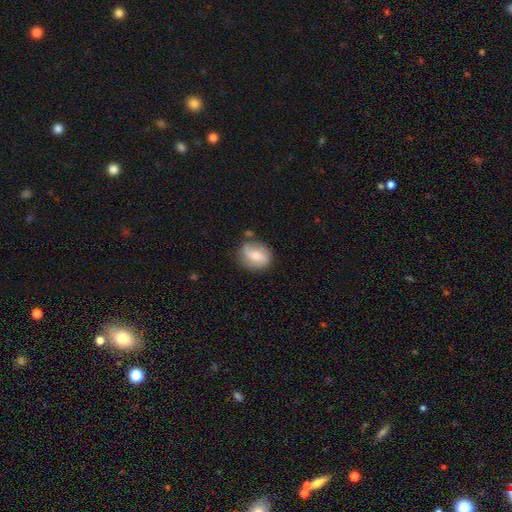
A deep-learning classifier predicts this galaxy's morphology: Smooth or featured? Predicted: featured or disk (p=0.53). Edge-on disk? Predicted: no (p=0.95). Bar? Predicted: weak (p=0.41). Spiral arms? Predicted: yes (p=0.81). Bulge size? Predicted: moderate (p=0.54). Merging? Predicted: none (p=0.71).